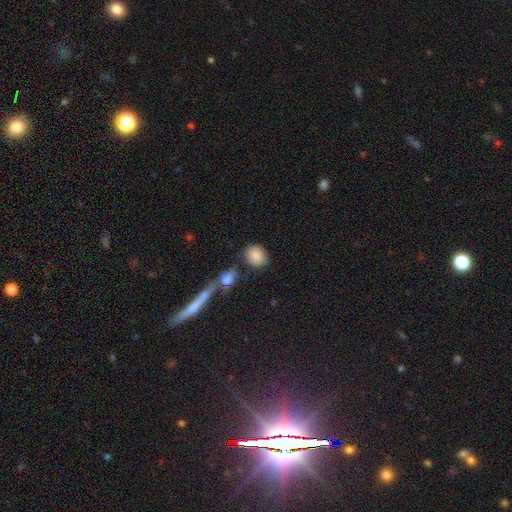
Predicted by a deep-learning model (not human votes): A smooth galaxy with no disk features (85%) that is round (54%).

Vote fractions:
- Smooth or featured? smooth: 85% / star or artifact: 8% / featured or disk: 7%
- How rounded? round: 54% / in between: 44% / cigar-shaped: 2%
- Merging? none: 66% / minor disturbance: 16% / merger: 12% / major disturbance: 6%